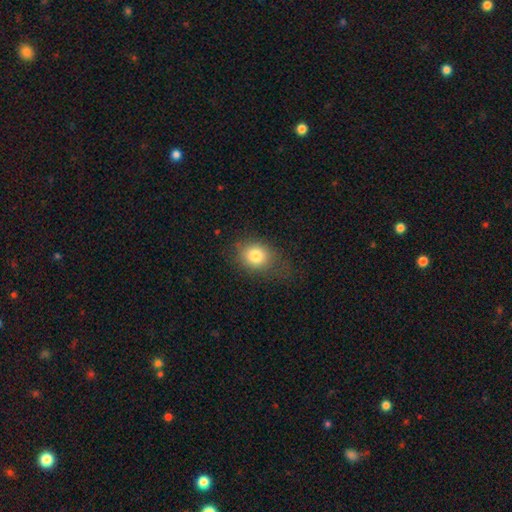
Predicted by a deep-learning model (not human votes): Morphology: type=smooth (80%); roundness=round (58%); merging=none (67%).